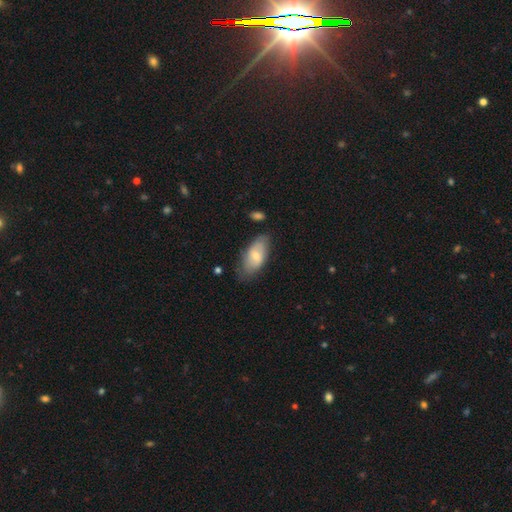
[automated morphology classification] smooth_or_featured: smooth (p=0.66) [alt: featured or disk p=0.28]
how_rounded: in between (p=0.92) [alt: cigar-shaped p=0.06]
merging: none (p=0.66) [alt: minor disturbance p=0.25]